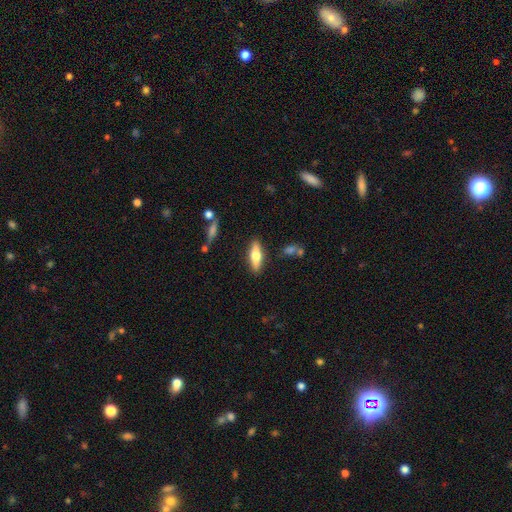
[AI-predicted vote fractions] This appears to be a smooth galaxy with no disk features (59%) that is in between round and cigar-shaped (52%). Merging: none (85%).